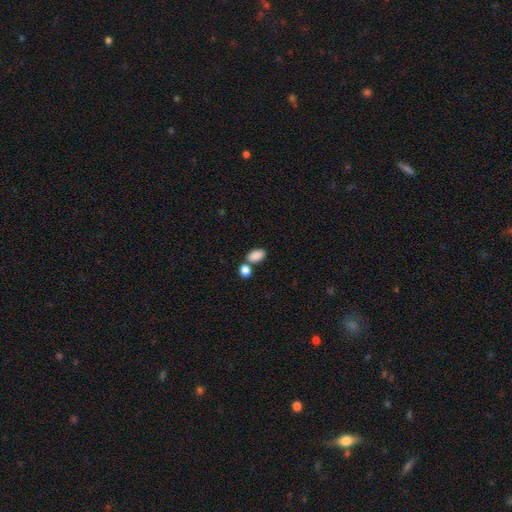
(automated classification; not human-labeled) Smooth or featured? smooth (88%)
How rounded? in between (91%)
Merging? none (59%)